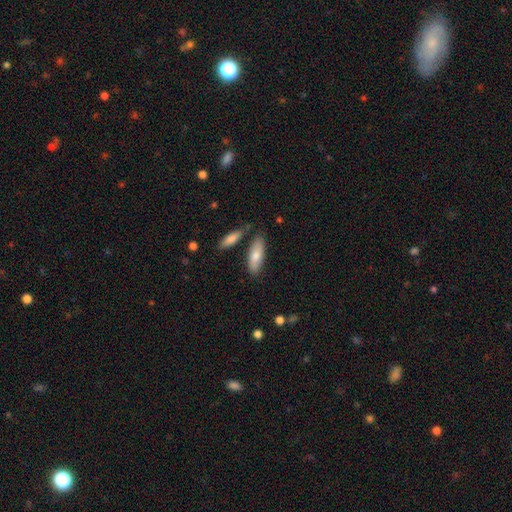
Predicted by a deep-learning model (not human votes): A smooth galaxy with no disk features (75%) that is in between round and cigar-shaped (60%). Merging: none (77%).